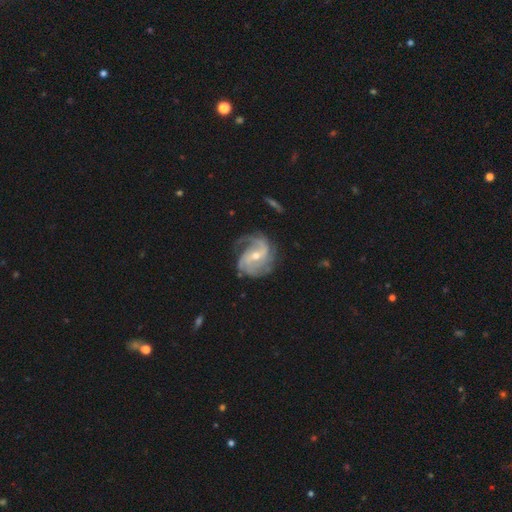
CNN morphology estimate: A featured or disk galaxy (90%) with a weak bar (46%), 2 (41%) medium (46%) spiral arms (98%) and a small central bulge (52%).

Vote fractions:
- Smooth or featured? featured or disk: 90% / star or artifact: 5% / smooth: 5%
- Edge-on disk? no: 98% / yes: 2%
- Bar? weak: 46% / no: 33% / strong: 21%
- Spiral arms? yes: 98% / no: 2%
- Spiral winding? medium: 46% / tight: 35% / loose: 19%
- Spiral arm count? 2: 41% / 3: 27% / can't tell: 14% / 4: 7% / 1: 6% / more than 4: 5%
- Bulge size? small: 52% / moderate: 45% / large: 1% / none: 1% / dominant: 1%
- Merging? none: 68% / minor disturbance: 20% / major disturbance: 10% / merger: 2%